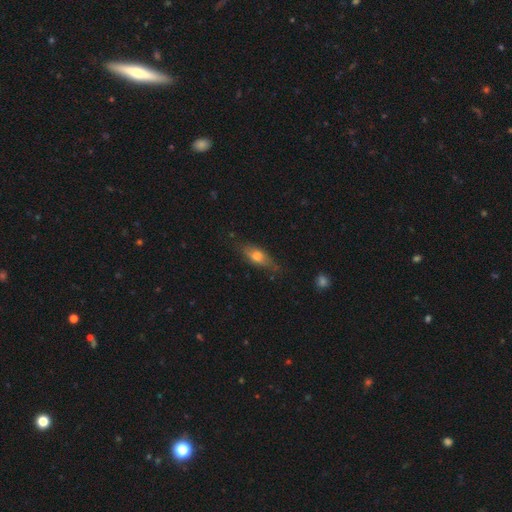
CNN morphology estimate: Overall: featured or disk (46%; smooth 45%). Merging: none (73%).